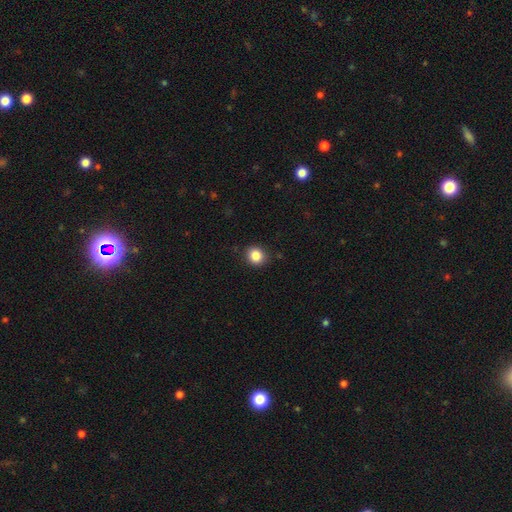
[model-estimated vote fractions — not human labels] smooth-or-featured: smooth: 86% | star or artifact: 10% | featured or disk: 4%
  how-rounded: round: 79% | in between: 21% | cigar-shaped: 1%
  merging: none: 88% | minor disturbance: 9% | major disturbance: 2% | merger: 1%